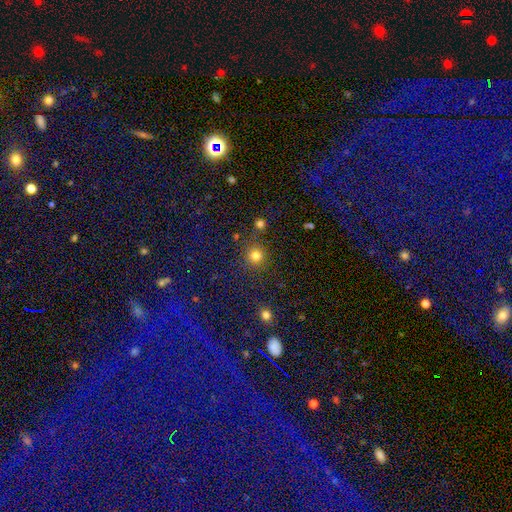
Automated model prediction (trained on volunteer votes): Q: Smooth or featured?
A: smooth (80%); runner-up: star or artifact (15%)
Q: How rounded?
A: round (93%); runner-up: in between (6%)
Q: Merging?
A: none (85%); runner-up: minor disturbance (7%)